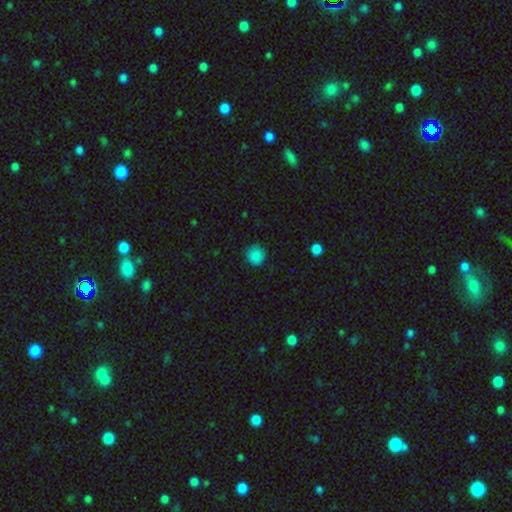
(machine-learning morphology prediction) Overall: smooth (86%). How rounded: round (91%). Merging: none (88%).